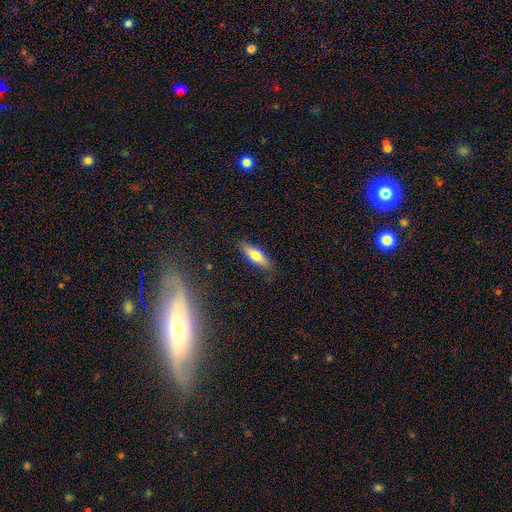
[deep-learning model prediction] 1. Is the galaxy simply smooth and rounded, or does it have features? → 69% smooth, 24% featured or disk, 7% star or artifact.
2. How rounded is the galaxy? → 50% in between, 48% cigar-shaped, 2% round.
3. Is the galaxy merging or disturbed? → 85% none, 11% minor disturbance, 2% major disturbance, 1% merger.